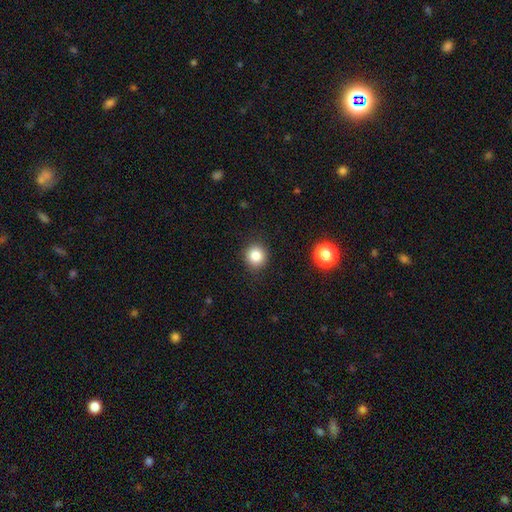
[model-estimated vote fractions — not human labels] Smooth or featured?
  - smooth: 84% *
  - star or artifact: 11%
  - featured or disk: 5%
How rounded?
  - round: 91% *
  - in between: 9%
  - cigar-shaped: 1%
Merging?
  - none: 90% *
  - minor disturbance: 7%
  - major disturbance: 2%
  - merger: 1%